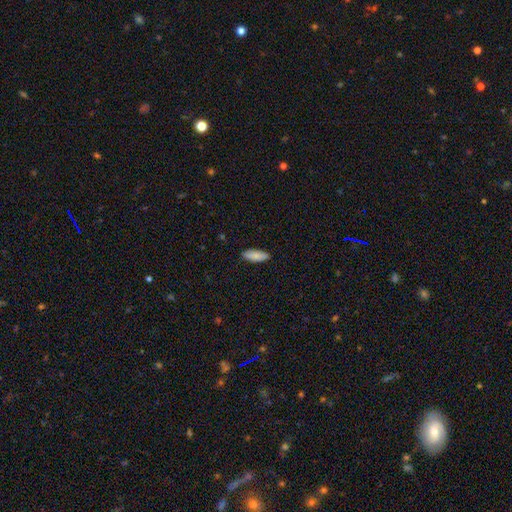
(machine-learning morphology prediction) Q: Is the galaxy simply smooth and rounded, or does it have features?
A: smooth — 85%.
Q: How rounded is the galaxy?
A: in between — 69%.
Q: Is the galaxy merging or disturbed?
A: none — 89%.